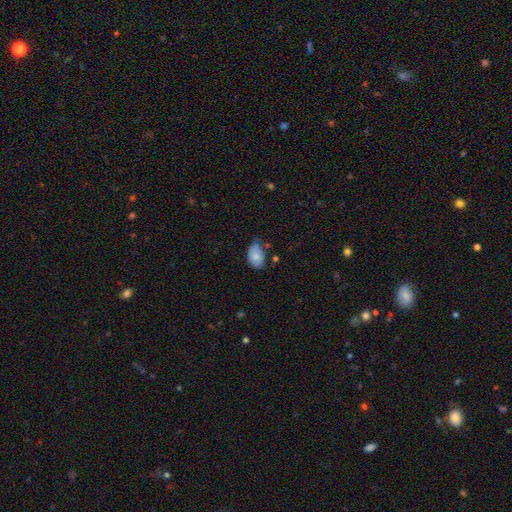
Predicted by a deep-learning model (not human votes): Smooth or featured? smooth (79%)
How rounded? in between (90%)
Merging? none (57%)